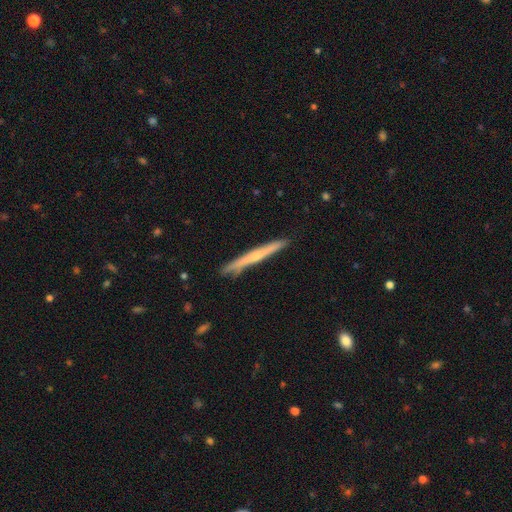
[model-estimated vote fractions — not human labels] Smooth or featured? Predicted: featured or disk (p=0.54). Edge-on disk? Predicted: yes (p=0.97). Edge-on bulge? Predicted: none (p=0.52). Merging? Predicted: none (p=0.89).